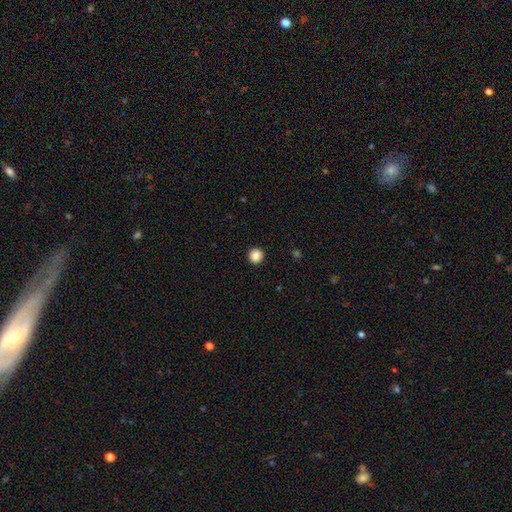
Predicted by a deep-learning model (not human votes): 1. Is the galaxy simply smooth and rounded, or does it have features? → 88% smooth, 9% star or artifact, 3% featured or disk.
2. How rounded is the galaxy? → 93% round, 6% in between, 1% cigar-shaped.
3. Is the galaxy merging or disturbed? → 93% none, 5% minor disturbance, 2% major disturbance, 1% merger.